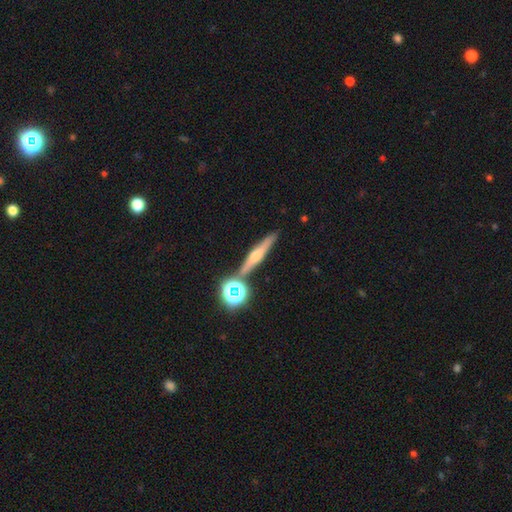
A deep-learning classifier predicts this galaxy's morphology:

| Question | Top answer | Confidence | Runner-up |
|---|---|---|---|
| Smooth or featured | featured or disk | 59% | smooth (23%) |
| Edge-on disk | yes | 94% | no (6%) |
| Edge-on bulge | rounded | 87% | none (6%) |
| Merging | none | 83% | minor disturbance (7%) |